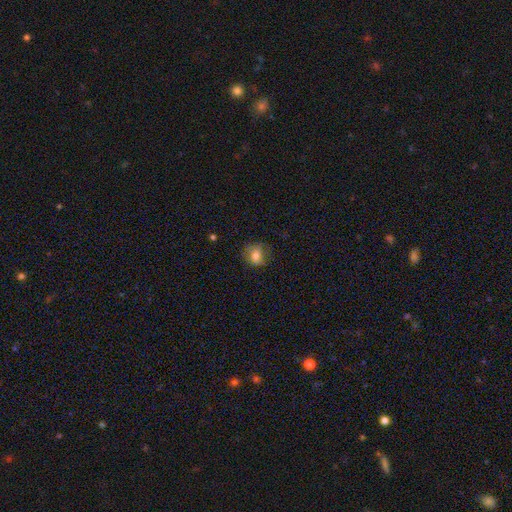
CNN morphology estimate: Q: Smooth or featured?
A: smooth (72%); runner-up: featured or disk (18%)
Q: How rounded?
A: round (62%); runner-up: in between (37%)
Q: Merging?
A: none (72%); runner-up: minor disturbance (19%)